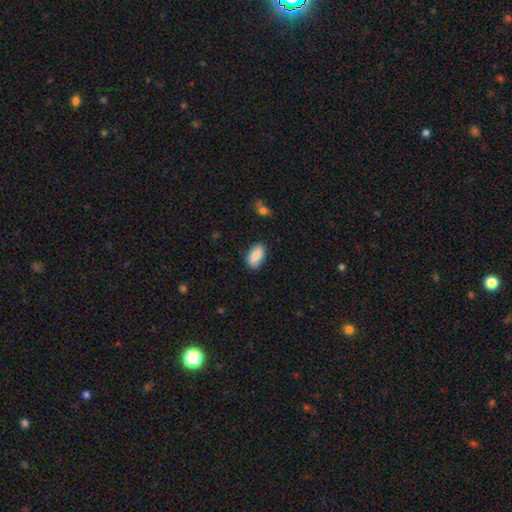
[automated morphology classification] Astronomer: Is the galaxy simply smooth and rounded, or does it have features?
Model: smooth — 86%.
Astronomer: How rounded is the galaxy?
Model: in between — 92%.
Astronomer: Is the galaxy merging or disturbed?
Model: none — 83%.